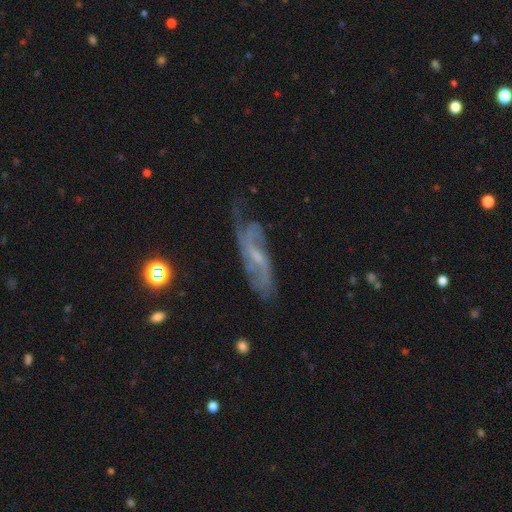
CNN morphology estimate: This appears to be a featured or disk galaxy (78%) with a weak bar (49%), 2 (50%) medium (42%) spiral arms (90%) and a small central bulge (57%). Merging: none (57%).